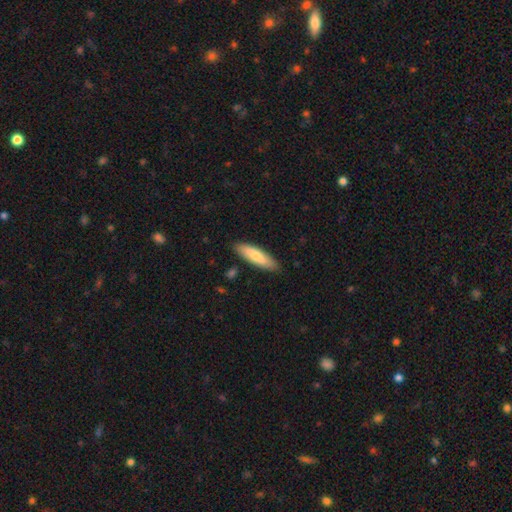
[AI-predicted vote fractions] The model was most divided on "how rounded": cigar-shaped: 64%, in between: 35%, round: 2%. More confident: merging — none (87%); smooth or featured — smooth (73%).